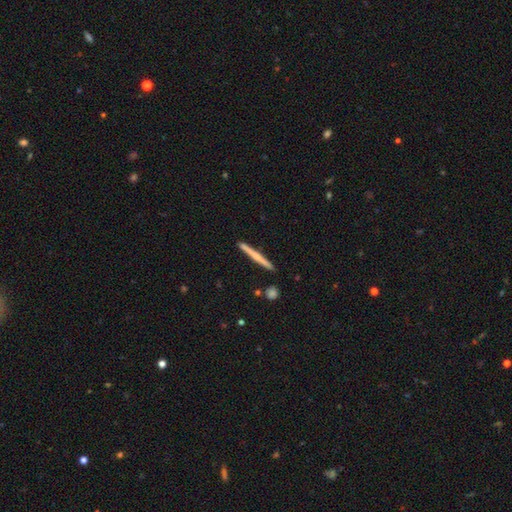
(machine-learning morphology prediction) Smooth or featured? Predicted: featured or disk (p=0.49). Merging? Predicted: none (p=0.90).